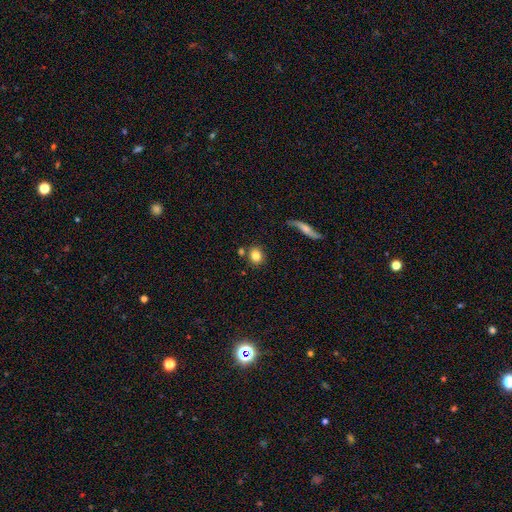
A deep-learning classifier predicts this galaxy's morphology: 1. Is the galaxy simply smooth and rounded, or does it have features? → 82% smooth, 9% featured or disk, 9% star or artifact.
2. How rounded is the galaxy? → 77% round, 21% in between, 2% cigar-shaped.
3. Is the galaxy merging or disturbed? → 79% none, 9% minor disturbance, 9% merger, 3% major disturbance.